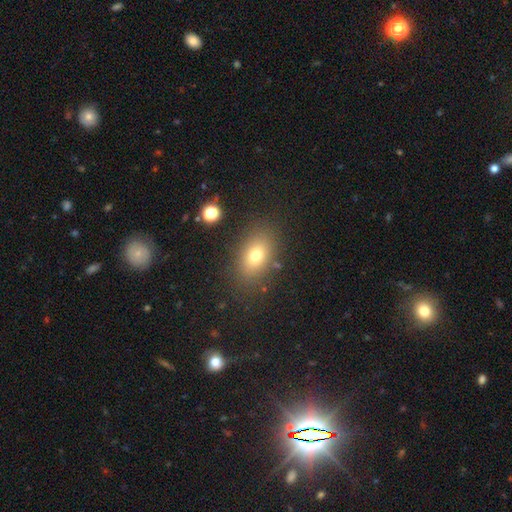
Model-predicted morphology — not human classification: This is likely a smooth galaxy (73%). How rounded: clearly in between (82%). Merging: clearly none (82%).